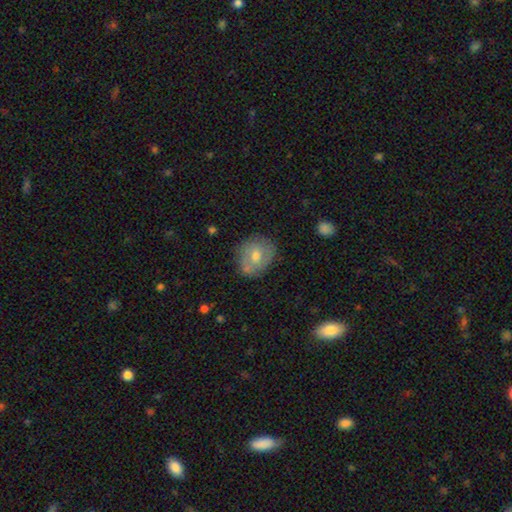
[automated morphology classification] Smooth or featured?
  - smooth: 53% *
  - featured or disk: 39%
  - star or artifact: 8%
How rounded?
  - round: 58% *
  - in between: 41%
  - cigar-shaped: 1%
Merging?
  - none: 69% *
  - minor disturbance: 22%
  - major disturbance: 6%
  - merger: 4%